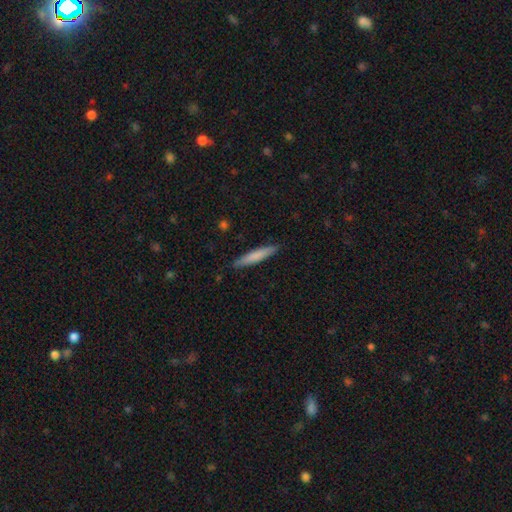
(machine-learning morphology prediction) Smooth or featured? smooth (75%)
How rounded? cigar-shaped (93%)
Merging? none (89%)